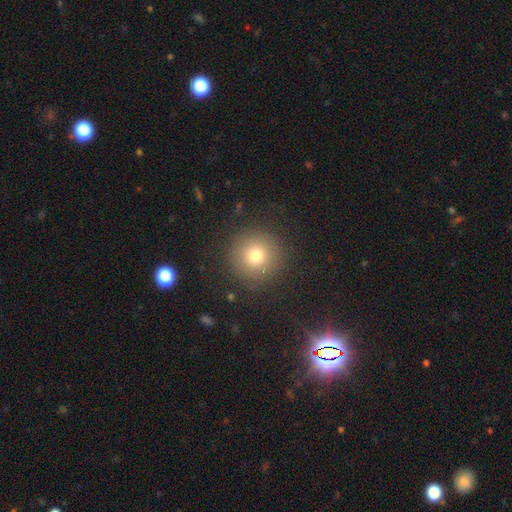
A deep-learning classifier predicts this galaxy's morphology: smooth-or-featured: smooth: 74% | star or artifact: 15% | featured or disk: 11%
  how-rounded: round: 95% | in between: 4% | cigar-shaped: 1%
  merging: none: 89% | minor disturbance: 7% | major disturbance: 3% | merger: 1%